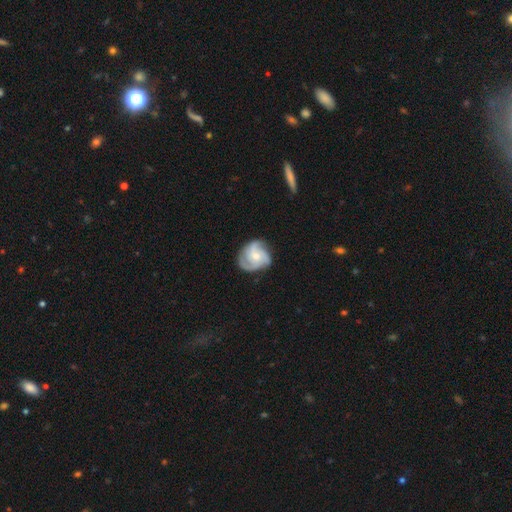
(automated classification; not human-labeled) Q: Smooth or featured?
A: featured or disk (78%); runner-up: smooth (16%)
Q: Edge-on disk?
A: no (98%); runner-up: yes (2%)
Q: Bar?
A: no (73%); runner-up: weak (23%)
Q: Spiral arms?
A: yes (96%); runner-up: no (4%)
Q: Spiral winding?
A: medium (48%); runner-up: tight (37%)
Q: Spiral arm count?
A: 3 (65%); runner-up: 4 (14%)
Q: Bulge size?
A: small (48%); runner-up: moderate (46%)
Q: Merging?
A: none (71%); runner-up: minor disturbance (20%)